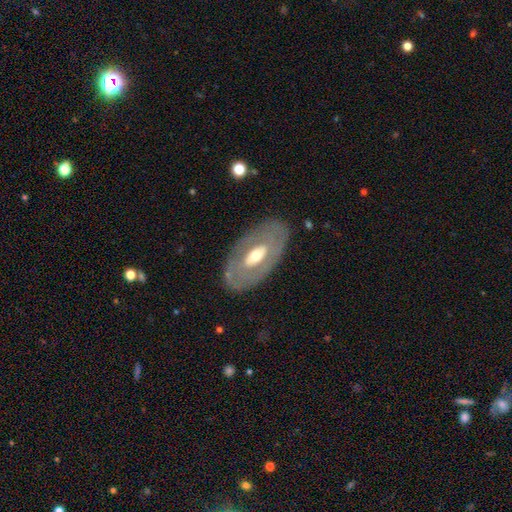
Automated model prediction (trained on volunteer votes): Smooth or featured? featured or disk (60%)
Edge-on disk? no (87%)
Bar? no (65%)
Spiral arms? no (84%)
Bulge size? moderate (65%)
Merging? none (82%)